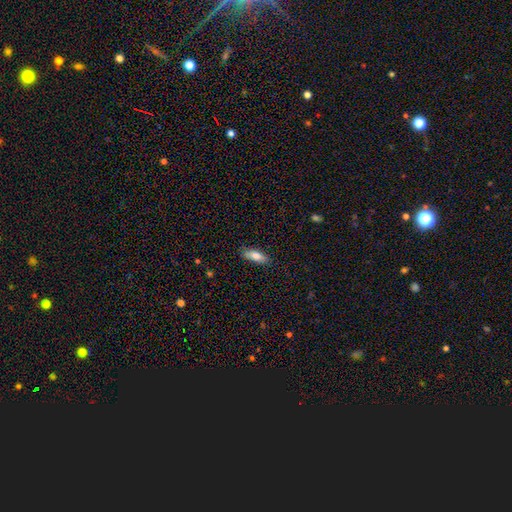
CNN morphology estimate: This is likely a smooth galaxy (79%). How rounded: likely in between (66%). Merging: clearly none (84%).